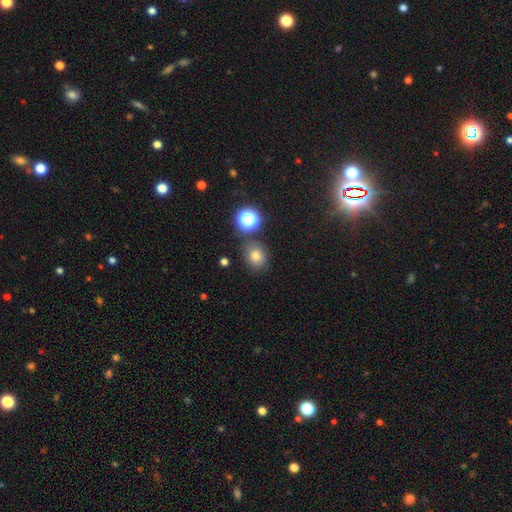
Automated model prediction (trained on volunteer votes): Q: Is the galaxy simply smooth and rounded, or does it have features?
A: smooth — 73%.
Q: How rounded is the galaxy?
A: round — 66%.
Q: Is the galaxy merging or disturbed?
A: none — 74%.